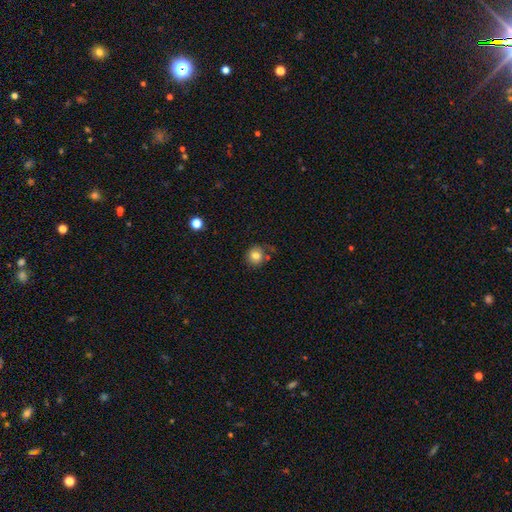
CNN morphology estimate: smooth-or-featured: smooth: 80% | star or artifact: 11% | featured or disk: 10%
  how-rounded: round: 87% | in between: 12% | cigar-shaped: 1%
  merging: none: 68% | minor disturbance: 18% | merger: 8% | major disturbance: 6%